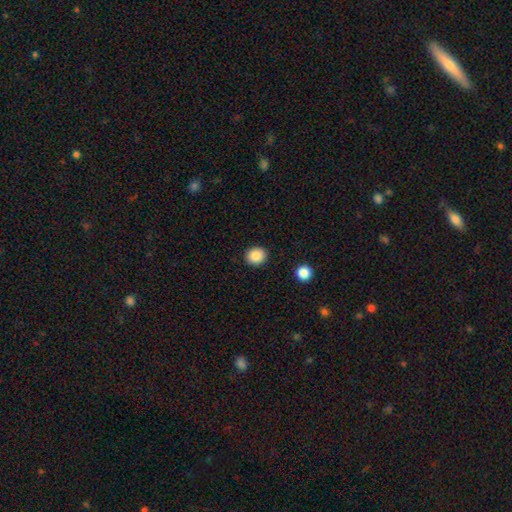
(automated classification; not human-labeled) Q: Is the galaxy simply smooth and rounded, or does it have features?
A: smooth — 88%.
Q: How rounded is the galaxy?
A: round — 78%.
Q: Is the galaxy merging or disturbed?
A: none — 91%.